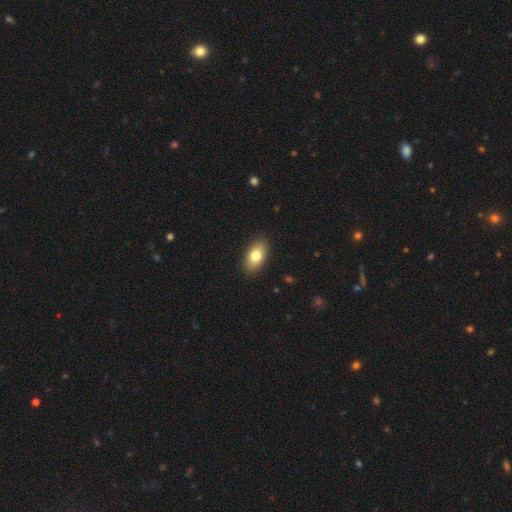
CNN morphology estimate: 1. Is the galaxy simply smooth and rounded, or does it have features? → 77% smooth, 16% featured or disk, 7% star or artifact.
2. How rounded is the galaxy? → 90% in between, 6% round, 4% cigar-shaped.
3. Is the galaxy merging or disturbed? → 88% none, 9% minor disturbance, 2% major disturbance, 1% merger.